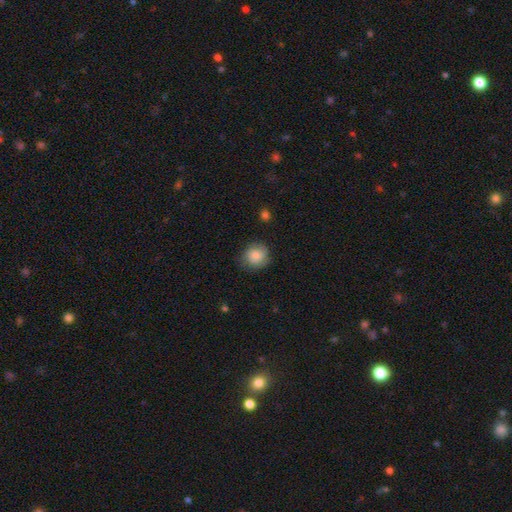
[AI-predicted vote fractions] Overall: smooth (79%). How rounded: round (84%). Merging: none (77%).